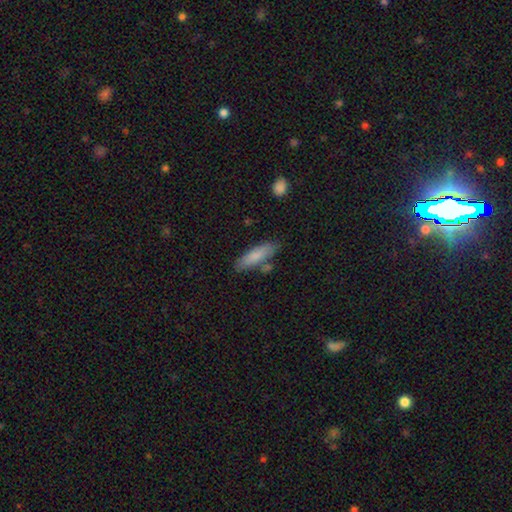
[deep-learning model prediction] Overall: smooth (80%). How rounded: cigar-shaped (61%; in between 37%). Merging: none (74%).